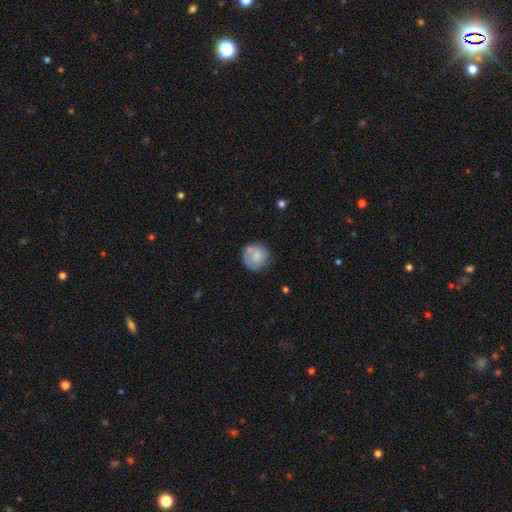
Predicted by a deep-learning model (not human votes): Overall: smooth (74%). How rounded: round (91%). Merging: none (68%).